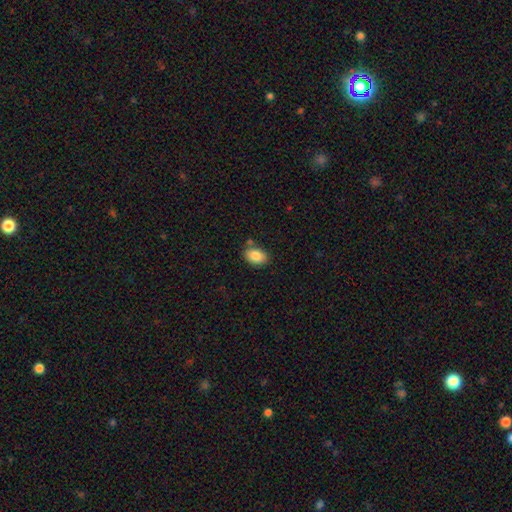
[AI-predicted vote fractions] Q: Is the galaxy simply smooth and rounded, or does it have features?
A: smooth — 86%.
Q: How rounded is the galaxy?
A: in between — 85%.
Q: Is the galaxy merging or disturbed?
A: none — 76%.